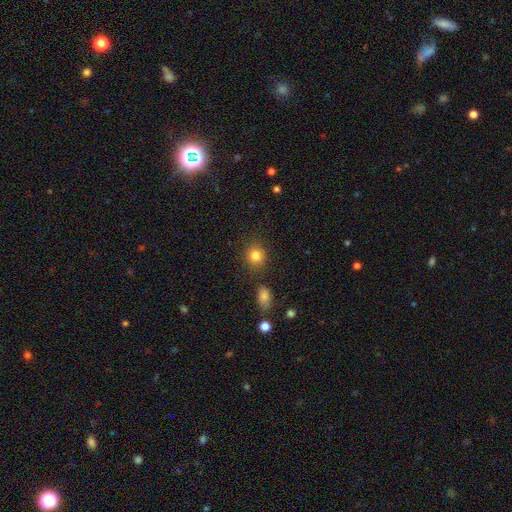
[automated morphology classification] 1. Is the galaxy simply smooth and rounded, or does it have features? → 84% smooth, 11% star or artifact, 5% featured or disk.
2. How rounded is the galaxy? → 82% round, 17% in between, 1% cigar-shaped.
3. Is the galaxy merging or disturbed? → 83% none, 9% minor disturbance, 4% merger, 3% major disturbance.